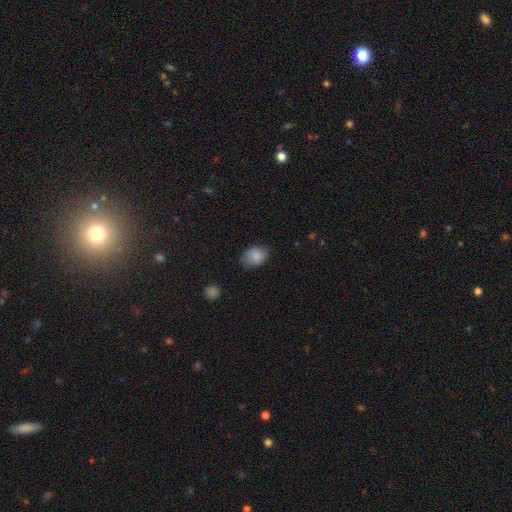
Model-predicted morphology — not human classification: Overall: smooth (87%). How rounded: in between (66%; round 34%). Merging: none (75%).